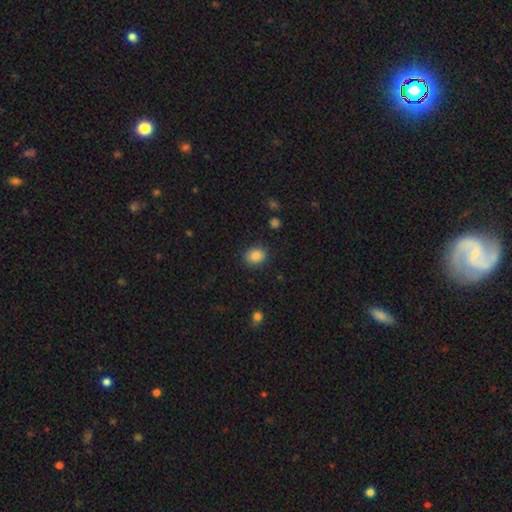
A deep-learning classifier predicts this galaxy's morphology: Overall: smooth (86%). How rounded: round (61%; in between 38%). Merging: none (87%).